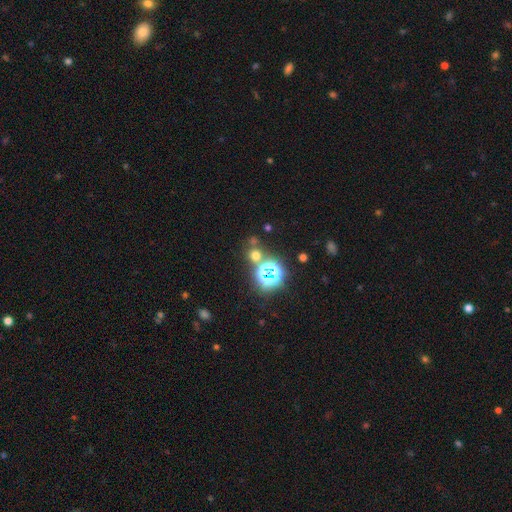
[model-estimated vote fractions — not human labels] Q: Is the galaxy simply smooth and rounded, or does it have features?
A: smooth — 49%.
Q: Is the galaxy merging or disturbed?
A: none — 71%.